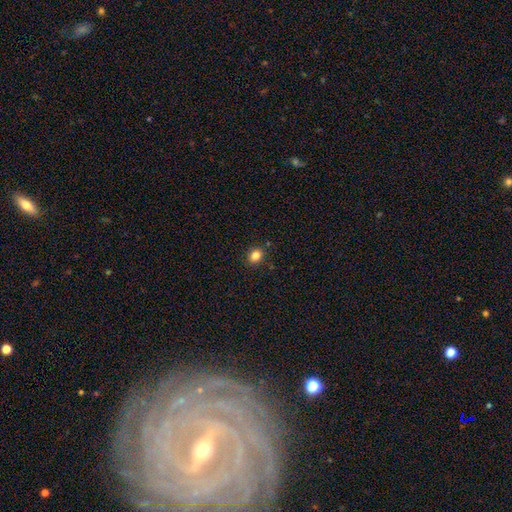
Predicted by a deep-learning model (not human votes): This appears to be a smooth galaxy with no disk features (83%) that is round (57%). Merging: none (87%).